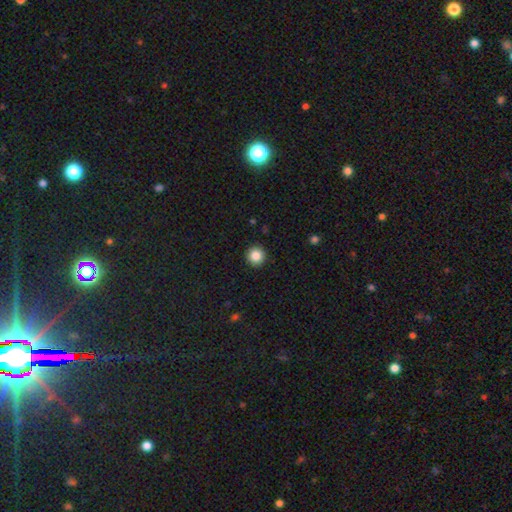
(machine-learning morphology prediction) A smooth galaxy with no disk features (86%) that is round (94%).

Vote fractions:
- Smooth or featured? smooth: 86% / star or artifact: 10% / featured or disk: 4%
- How rounded? round: 94% / in between: 5% / cigar-shaped: 1%
- Merging? none: 92% / minor disturbance: 5% / major disturbance: 2% / merger: 1%